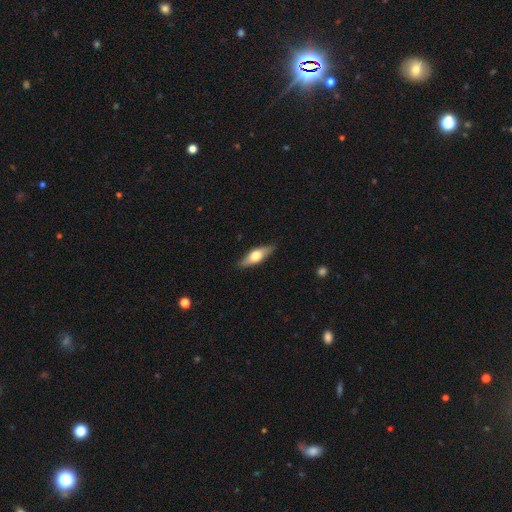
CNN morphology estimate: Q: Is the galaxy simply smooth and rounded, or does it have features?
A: smooth — 54%.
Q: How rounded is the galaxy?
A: in between — 59%.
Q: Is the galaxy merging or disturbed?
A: none — 87%.